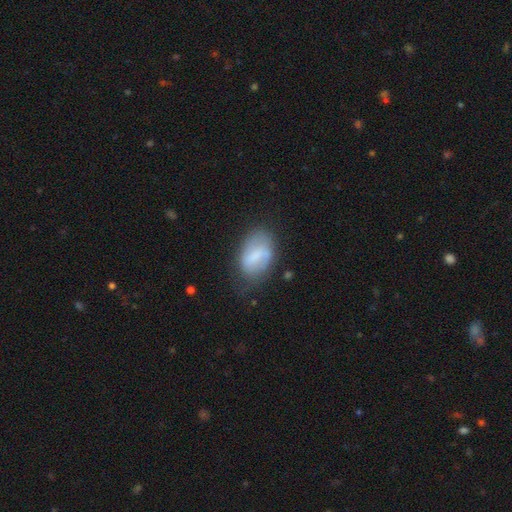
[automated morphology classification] type=smooth (52%); roundness=in between (85%); merging=none (55%).